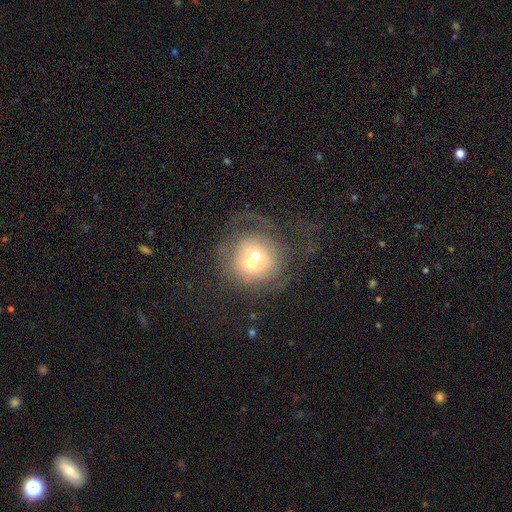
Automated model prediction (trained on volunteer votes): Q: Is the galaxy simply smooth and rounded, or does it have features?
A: featured or disk — 45%.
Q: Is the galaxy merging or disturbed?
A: merger — 48%.